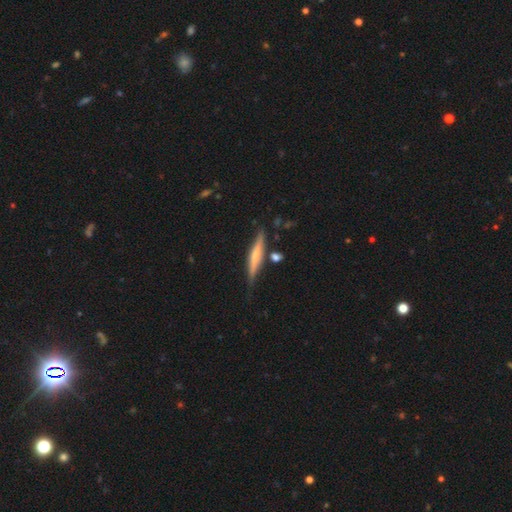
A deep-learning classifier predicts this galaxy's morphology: smooth-or-featured: featured or disk: 50% | smooth: 44% | star or artifact: 6%
  disk-edge-on: yes: 95% | no: 5%
  merging: none: 77% | minor disturbance: 14% | merger: 5% | major disturbance: 3%